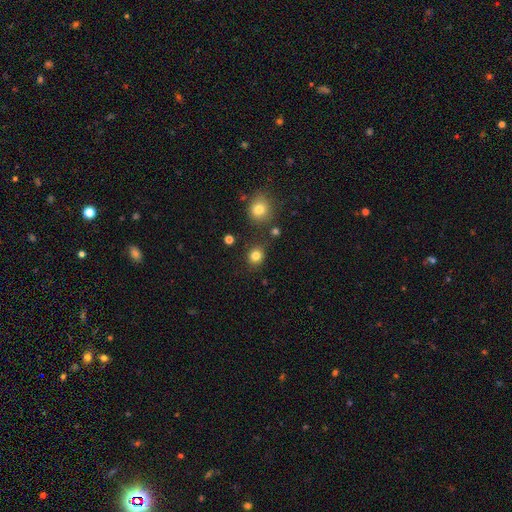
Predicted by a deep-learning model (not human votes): The model was most divided on "how rounded": round: 77%, in between: 22%, cigar-shaped: 1%. More confident: merging — none (82%); smooth or featured — smooth (82%).